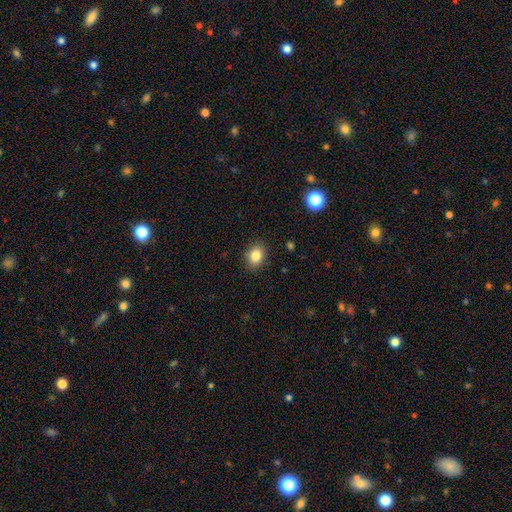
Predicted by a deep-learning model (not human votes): Smooth or featured?
  - smooth: 84% *
  - star or artifact: 10%
  - featured or disk: 6%
How rounded?
  - in between: 53% *
  - round: 46%
  - cigar-shaped: 1%
Merging?
  - none: 88% *
  - minor disturbance: 9%
  - major disturbance: 2%
  - merger: 1%